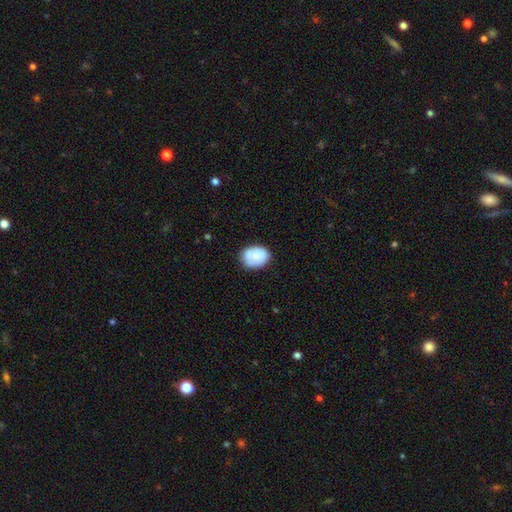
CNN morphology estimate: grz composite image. It shows a smooth galaxy with no disk features (81%) that is in between round and cigar-shaped (63%). Merging: none (76%).